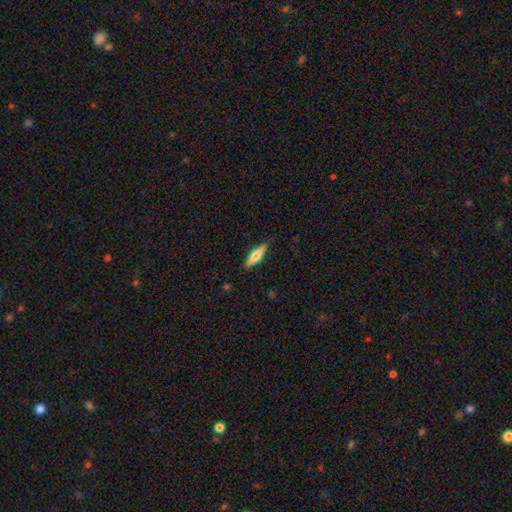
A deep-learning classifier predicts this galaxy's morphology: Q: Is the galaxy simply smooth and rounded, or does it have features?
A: featured or disk — 51%.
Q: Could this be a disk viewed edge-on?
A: yes — 95%.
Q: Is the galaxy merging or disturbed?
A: none — 89%.